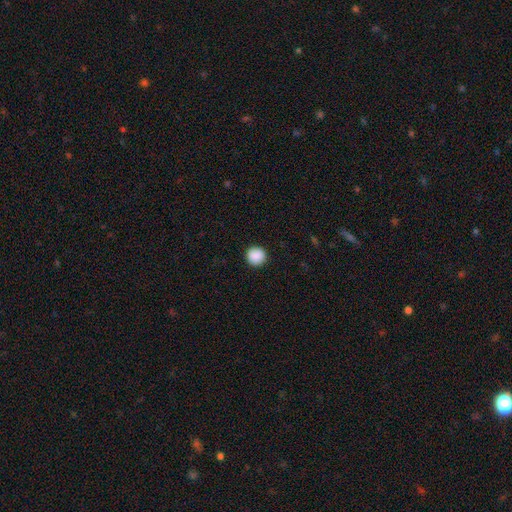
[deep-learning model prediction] A smooth galaxy with no disk features (89%) that is round (95%). Merging: none (92%).